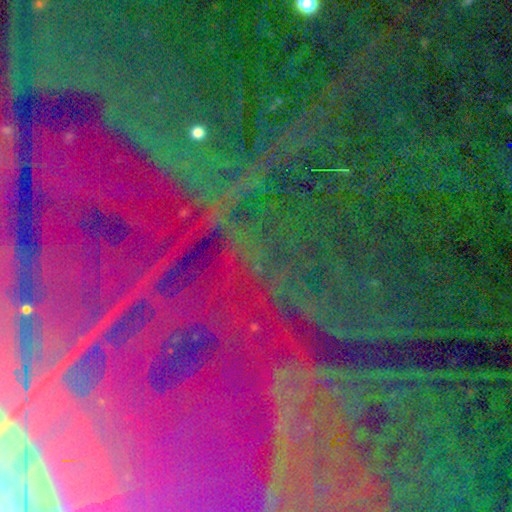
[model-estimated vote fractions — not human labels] This is clearly a star or artifact rather than a galaxy (88%).